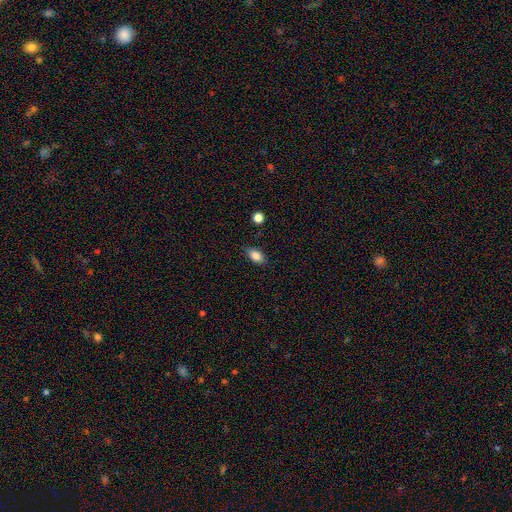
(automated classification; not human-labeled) Smooth or featured? Predicted: smooth (p=0.86). How rounded? Predicted: in between (p=0.87). Merging? Predicted: none (p=0.82).